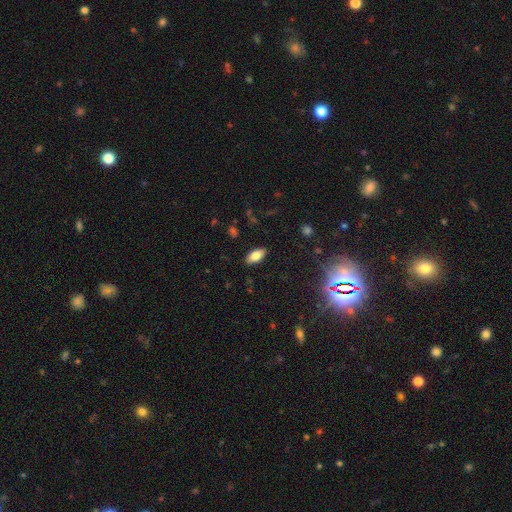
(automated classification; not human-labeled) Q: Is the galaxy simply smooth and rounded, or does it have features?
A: smooth — 76%.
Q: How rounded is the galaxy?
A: in between — 88%.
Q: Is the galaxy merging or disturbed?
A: none — 88%.